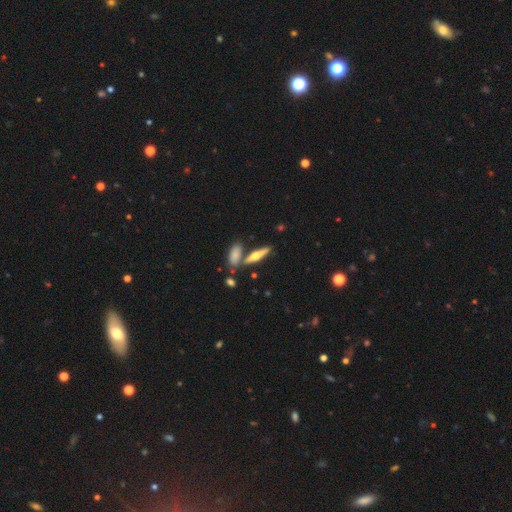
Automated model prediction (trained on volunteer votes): Smooth or featured? featured or disk (51%)
Edge-on disk? yes (92%)
Merging? none (69%)